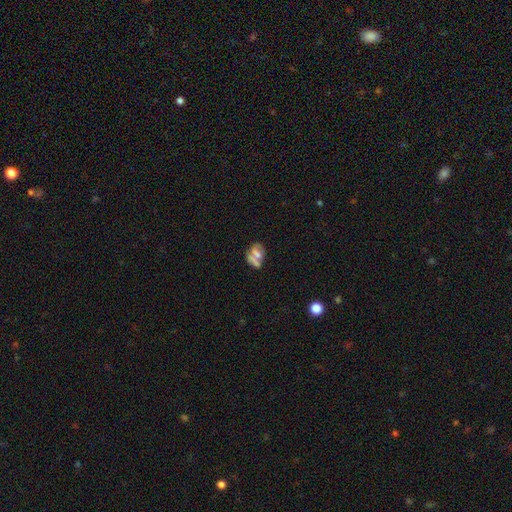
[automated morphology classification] Smooth or featured? Predicted: smooth (p=0.53). How rounded? Predicted: in between (p=0.54). Merging? Predicted: none (p=0.49).